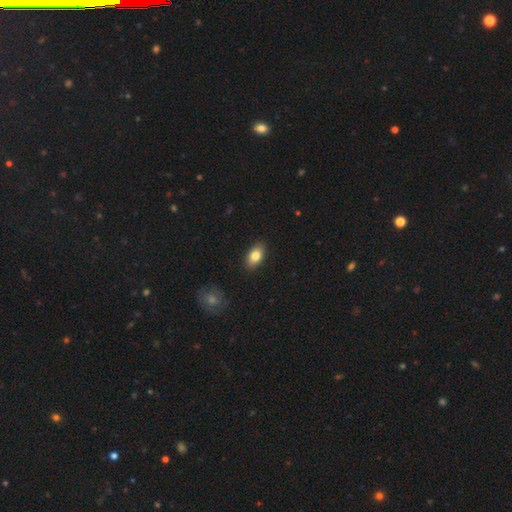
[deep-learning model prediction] Morphology: type=smooth (82%); roundness=in between (90%); merging=none (89%).